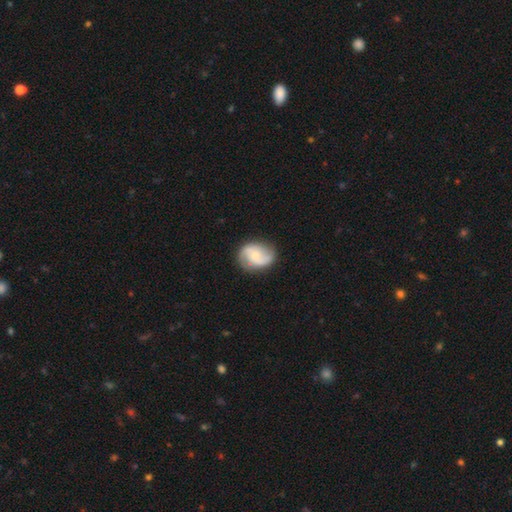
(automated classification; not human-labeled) A featured or disk galaxy (68%) with no bar (61%), 2 (83%) medium (44%) spiral arms (92%) and a small central bulge (57%).

Vote fractions:
- Smooth or featured? featured or disk: 68% / smooth: 26% / star or artifact: 6%
- Edge-on disk? no: 98% / yes: 2%
- Bar? no: 61% / weak: 32% / strong: 7%
- Spiral arms? yes: 92% / no: 8%
- Spiral winding? medium: 44% / loose: 33% / tight: 22%
- Spiral arm count? 2: 83% / can't tell: 8% / 3: 4% / 1: 3% / 4: 1% / more than 4: 1%
- Bulge size? small: 57% / moderate: 36% / none: 4% / large: 3% / dominant: 1%
- Merging? none: 76% / minor disturbance: 17% / major disturbance: 6% / merger: 1%